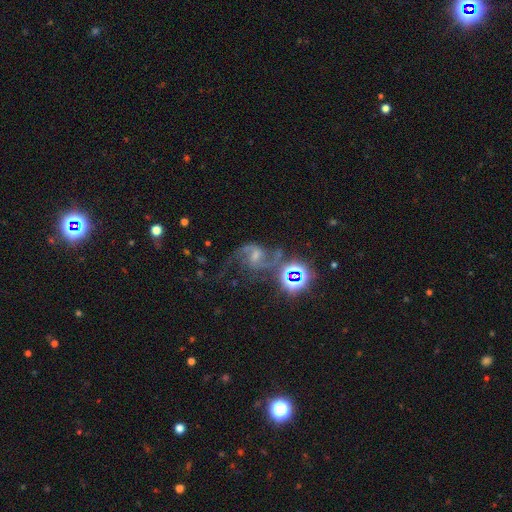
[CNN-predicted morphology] Overall: featured or disk (70%). Edge-on disk: no (97%). Bar: weak (48%; strong 26%). Spiral arms: yes (94%). Spiral arm count: 2 (87%). Spiral winding: loose (56%; medium 37%). Bulge size: moderate (38%; small 35%). Merging: none (49%; major disturbance 23%).